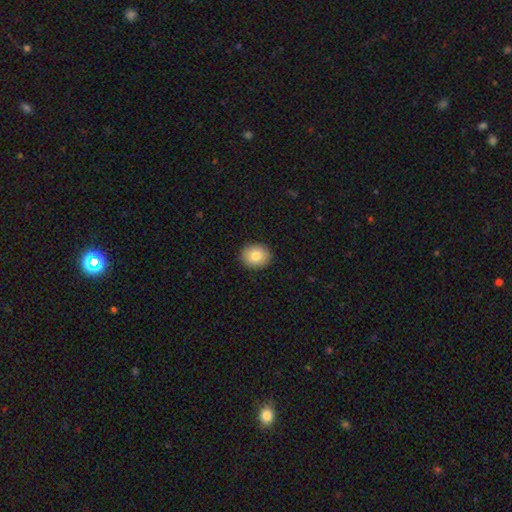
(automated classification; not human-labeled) Q: Smooth or featured?
A: smooth (82%); runner-up: featured or disk (9%)
Q: How rounded?
A: round (57%); runner-up: in between (42%)
Q: Merging?
A: none (90%); runner-up: minor disturbance (7%)